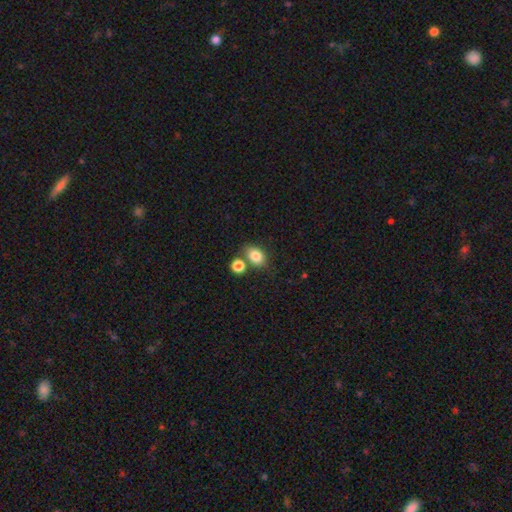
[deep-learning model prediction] smooth-or-featured: smooth: 82% | star or artifact: 10% | featured or disk: 8%
  how-rounded: in between: 65% | round: 33% | cigar-shaped: 1%
  merging: none: 64% | merger: 19% | minor disturbance: 13% | major disturbance: 4%